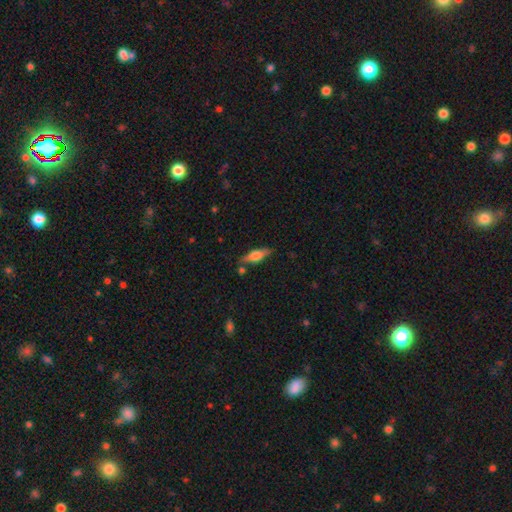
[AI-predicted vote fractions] A featured or disk galaxy (50%) viewed edge-on (93%). Merging: none (80%).